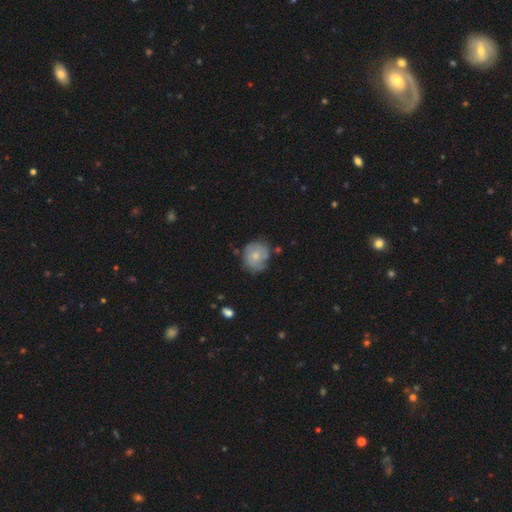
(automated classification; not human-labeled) A smooth galaxy with no disk features (51%) that is round (71%). Merging: none (62%).